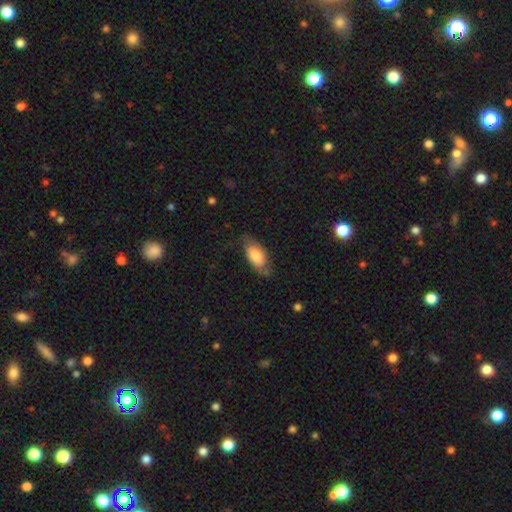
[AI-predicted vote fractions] smooth-or-featured: smooth: 62% | featured or disk: 32% | star or artifact: 7%
  how-rounded: in between: 90% | cigar-shaped: 7% | round: 3%
  merging: none: 63% | minor disturbance: 26% | major disturbance: 9% | merger: 2%